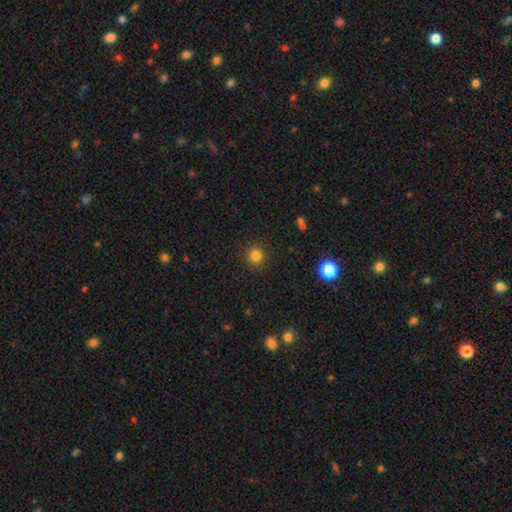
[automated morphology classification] smooth_or_featured: smooth (p=0.82) [alt: star or artifact p=0.14]
how_rounded: round (p=0.94) [alt: in between p=0.05]
merging: none (p=0.91) [alt: minor disturbance p=0.06]